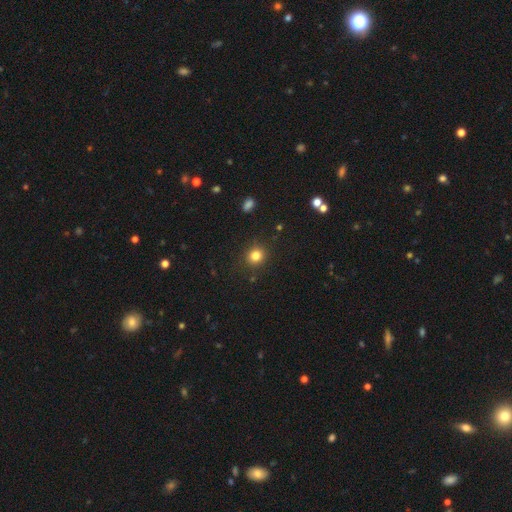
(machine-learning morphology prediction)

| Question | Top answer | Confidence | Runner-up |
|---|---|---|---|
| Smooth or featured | smooth | 82% | star or artifact (13%) |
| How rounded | round | 84% | in between (15%) |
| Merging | none | 88% | minor disturbance (8%) |